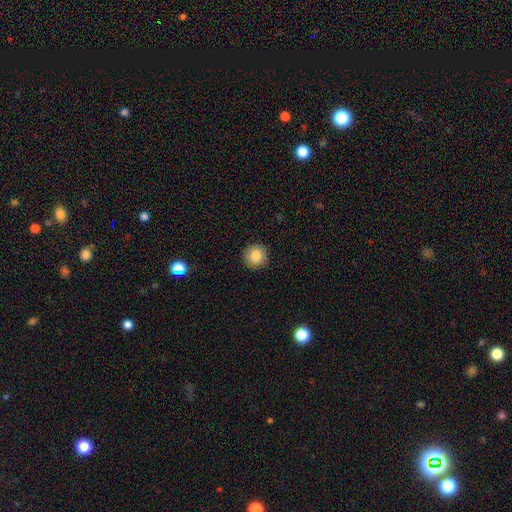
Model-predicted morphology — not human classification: The model was most divided on "smooth or featured": smooth: 86%, star or artifact: 9%, featured or disk: 5%. More confident: how rounded — round (93%); merging — none (88%).